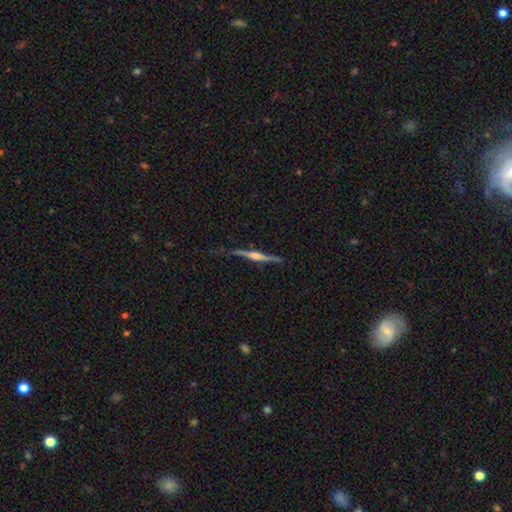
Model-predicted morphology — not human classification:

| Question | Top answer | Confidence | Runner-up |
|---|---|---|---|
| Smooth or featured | featured or disk | 79% | smooth (15%) |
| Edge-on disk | yes | 98% | no (2%) |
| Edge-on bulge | rounded | 86% | boxy (8%) |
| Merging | none | 77% | minor disturbance (17%) |